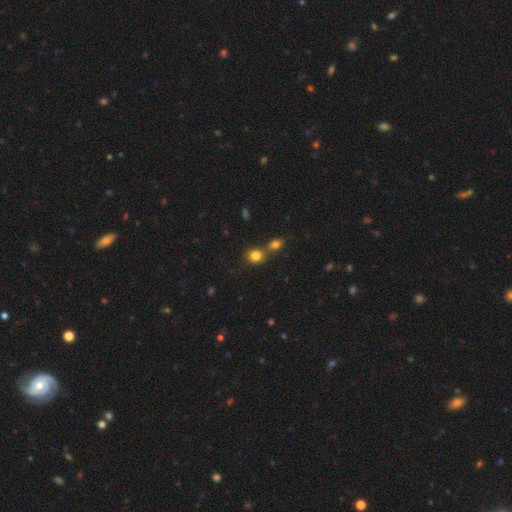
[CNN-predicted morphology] smooth_or_featured: smooth (p=0.81) [alt: star or artifact p=0.12]
how_rounded: round (p=0.75) [alt: in between p=0.24]
merging: none (p=0.50) [alt: merger p=0.38]